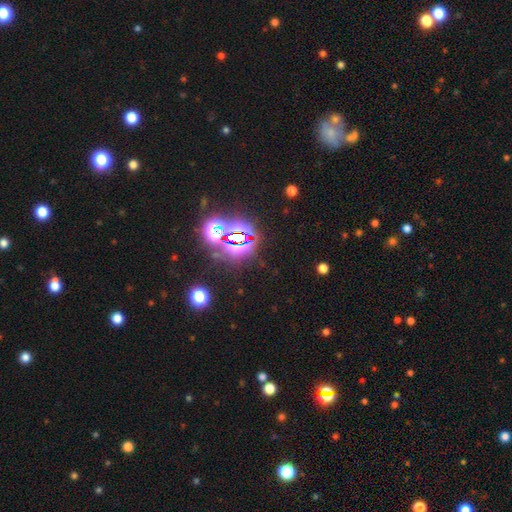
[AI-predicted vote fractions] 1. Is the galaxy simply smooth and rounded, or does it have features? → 77% star or artifact, 15% smooth, 8% featured or disk.